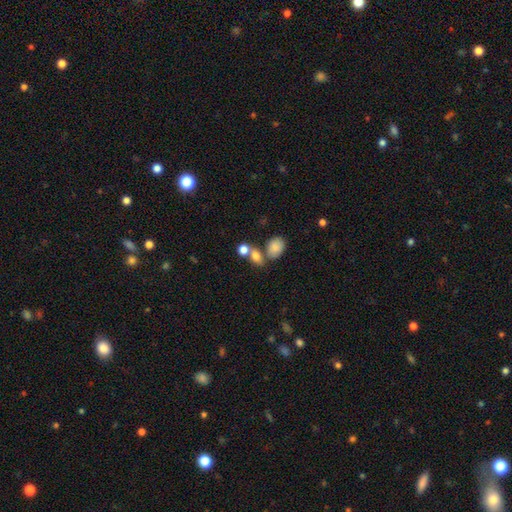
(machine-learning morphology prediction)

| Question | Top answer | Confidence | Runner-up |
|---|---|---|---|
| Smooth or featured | smooth | 79% | star or artifact (11%) |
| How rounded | in between | 62% | round (35%) |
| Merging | merger | 43% | none (42%) |